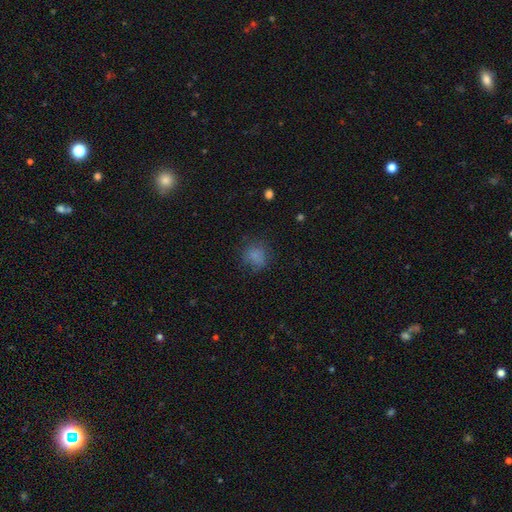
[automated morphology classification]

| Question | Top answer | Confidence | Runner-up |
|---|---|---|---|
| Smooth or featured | smooth | 77% | star or artifact (13%) |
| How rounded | round | 76% | in between (23%) |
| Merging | none | 68% | minor disturbance (20%) |